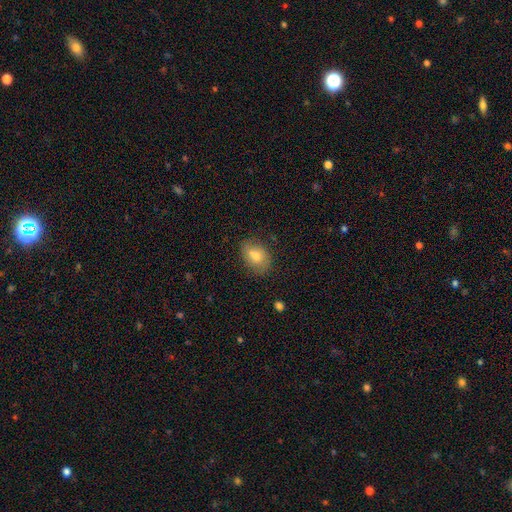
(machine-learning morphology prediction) The model was most divided on "smooth or featured": smooth: 68%, featured or disk: 23%, star or artifact: 10%. More confident: how rounded — in between (77%); merging — none (76%).